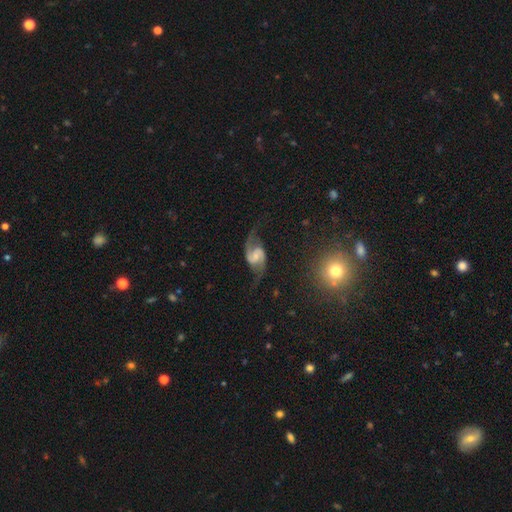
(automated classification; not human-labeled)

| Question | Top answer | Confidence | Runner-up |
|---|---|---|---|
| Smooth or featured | featured or disk | 88% | star or artifact (6%) |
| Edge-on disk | no | 98% | yes (2%) |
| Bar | weak | 50% | no (29%) |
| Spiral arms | yes | 97% | no (3%) |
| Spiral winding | loose | 58% | medium (34%) |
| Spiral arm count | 2 | 94% | can't tell (2%) |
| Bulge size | small | 48% | moderate (28%) |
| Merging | none | 74% | minor disturbance (14%) |